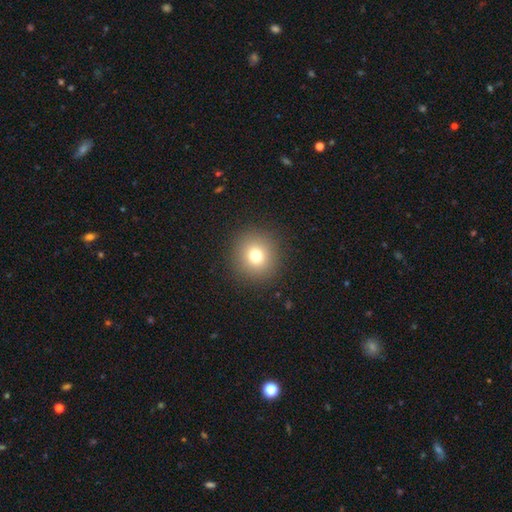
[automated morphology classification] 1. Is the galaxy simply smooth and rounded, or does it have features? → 76% smooth, 14% star or artifact, 11% featured or disk.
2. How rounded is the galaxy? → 92% round, 7% in between, 1% cigar-shaped.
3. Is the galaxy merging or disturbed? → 91% none, 6% minor disturbance, 3% major disturbance, 1% merger.